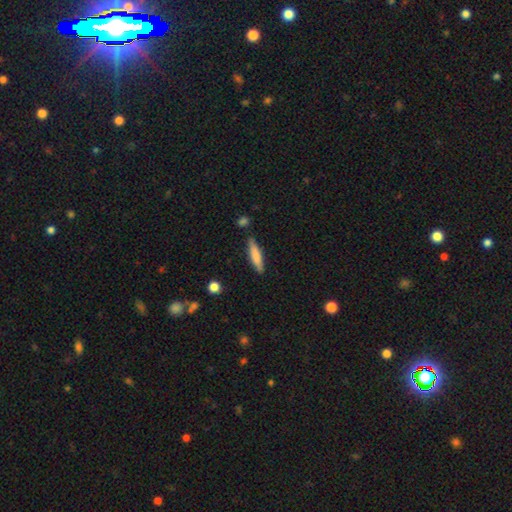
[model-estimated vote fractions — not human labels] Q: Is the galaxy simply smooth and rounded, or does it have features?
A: smooth — 75%.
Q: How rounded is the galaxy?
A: cigar-shaped — 84%.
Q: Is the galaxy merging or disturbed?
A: none — 85%.